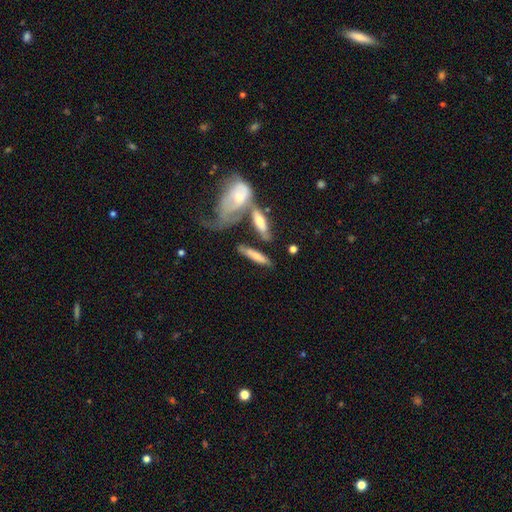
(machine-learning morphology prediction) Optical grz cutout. It shows a smooth galaxy with no disk features (63%) that is cigar-shaped (70%). Merging: none (46%).